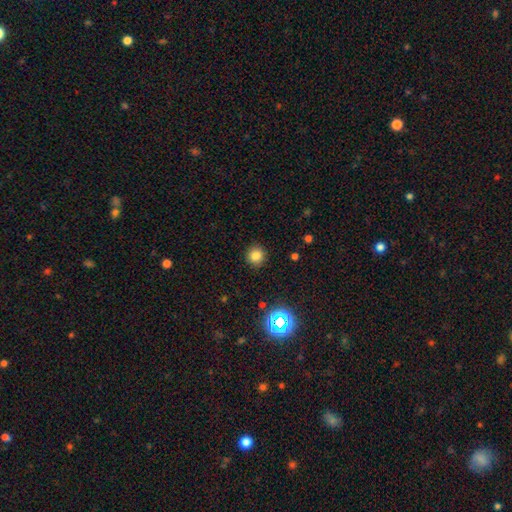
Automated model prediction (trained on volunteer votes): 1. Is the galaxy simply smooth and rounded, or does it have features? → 80% smooth, 15% star or artifact, 6% featured or disk.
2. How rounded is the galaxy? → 92% round, 7% in between, 1% cigar-shaped.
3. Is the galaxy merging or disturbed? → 91% none, 6% minor disturbance, 2% major disturbance, 1% merger.